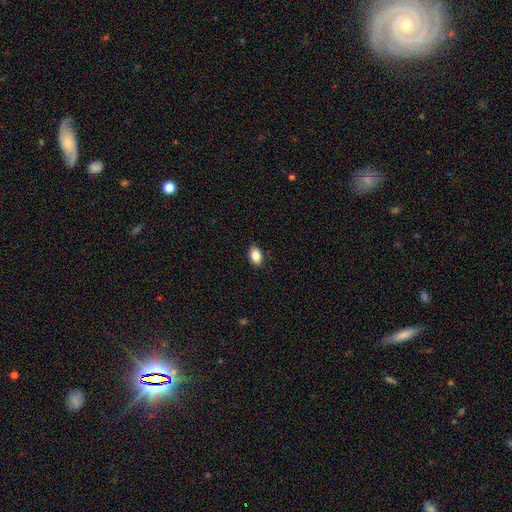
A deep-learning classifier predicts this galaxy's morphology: The model was most divided on "how rounded": in between: 87%, round: 12%, cigar-shaped: 1%. More confident: merging — none (89%); smooth or featured — smooth (85%).